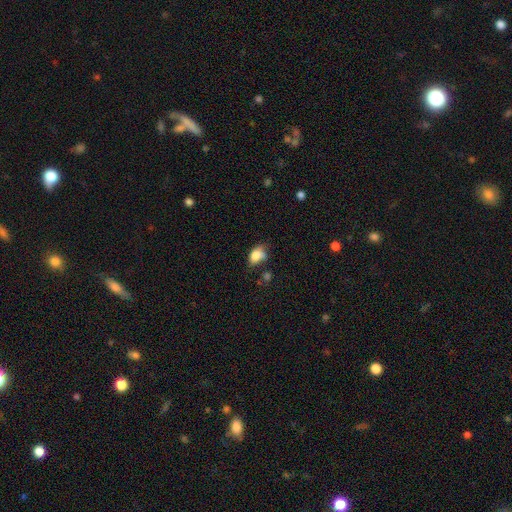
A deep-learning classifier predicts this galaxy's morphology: This appears to be a smooth galaxy with no disk features (80%) that is in between round and cigar-shaped (78%). Merging: none (41%).